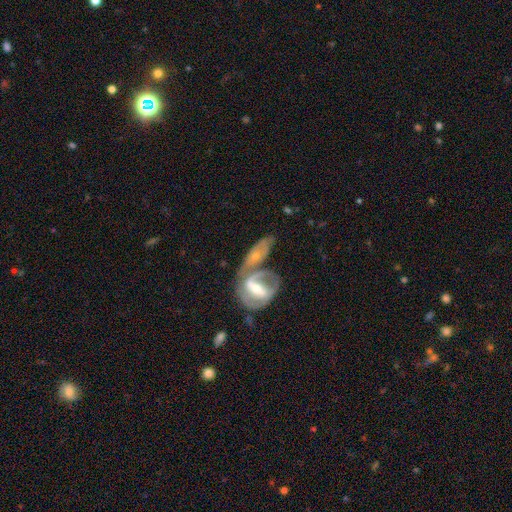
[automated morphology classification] Smooth or featured?
  - featured or disk: 66% *
  - smooth: 27%
  - star or artifact: 7%
Edge-on disk?
  - no: 86% *
  - yes: 14%
Bar?
  - weak: 36% *
  - no: 34%
  - strong: 30%
Spiral arms?
  - yes: 63% *
  - no: 37%
Bulge size?
  - moderate: 53% *
  - small: 40%
  - large: 4%
  - none: 2%
  - dominant: 1%
Merging?
  - merger: 58% *
  - none: 22%
  - minor disturbance: 10%
  - major disturbance: 9%